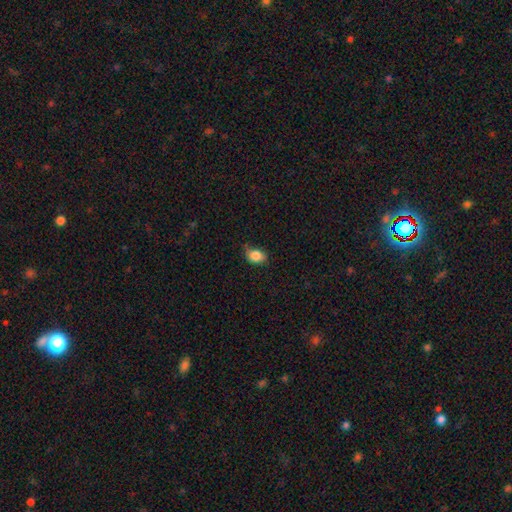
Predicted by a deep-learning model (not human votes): smooth_or_featured: smooth (p=0.86) [alt: star or artifact p=0.09]
how_rounded: in between (p=0.71) [alt: round p=0.28]
merging: none (p=0.64) [alt: minor disturbance p=0.29]